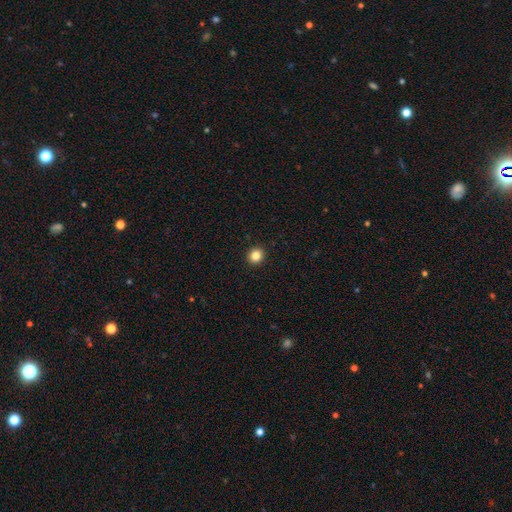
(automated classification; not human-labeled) Smooth or featured? smooth (85%)
How rounded? round (86%)
Merging? none (93%)